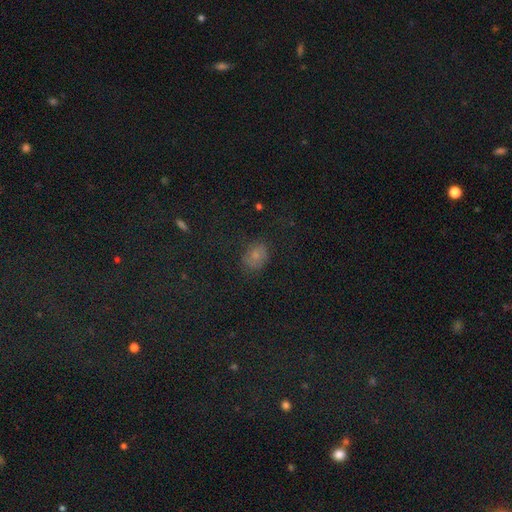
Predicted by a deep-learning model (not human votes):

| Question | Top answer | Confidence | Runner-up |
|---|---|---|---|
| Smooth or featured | smooth | 66% | star or artifact (22%) |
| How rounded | in between | 69% | round (30%) |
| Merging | none | 75% | minor disturbance (18%) |